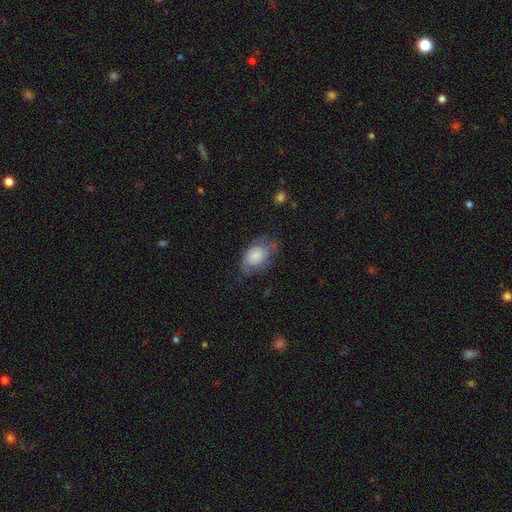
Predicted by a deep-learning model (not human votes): Smooth or featured: smooth — 46% (tied with featured or disk — 46%)
Merging: none — 53% (minor disturbance — 29%)